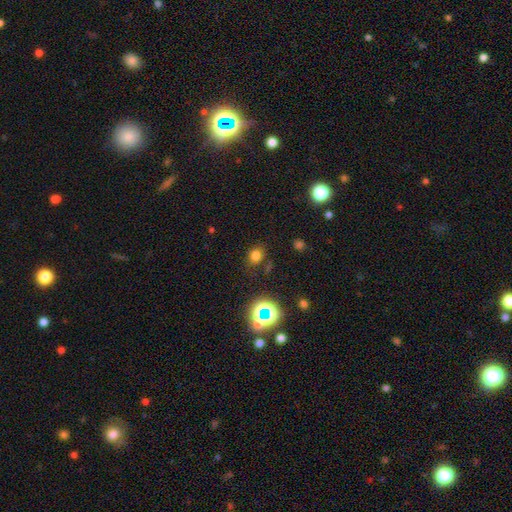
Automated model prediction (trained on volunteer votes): Smooth or featured? Predicted: smooth (p=0.70). How rounded? Predicted: round (p=0.59). Merging? Predicted: none (p=0.79).